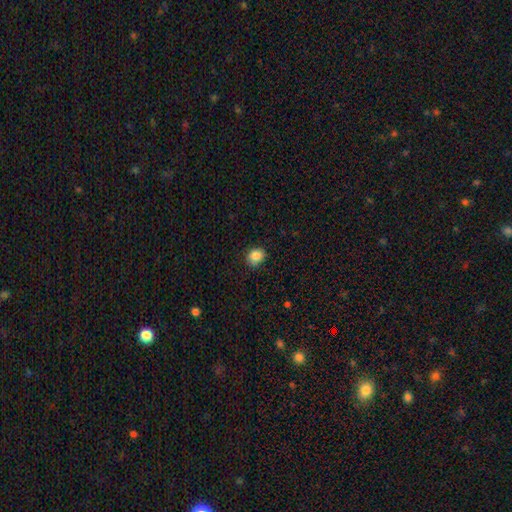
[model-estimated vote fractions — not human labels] Q: Smooth or featured?
A: smooth (85%); runner-up: star or artifact (10%)
Q: How rounded?
A: round (64%); runner-up: in between (35%)
Q: Merging?
A: none (79%); runner-up: minor disturbance (17%)